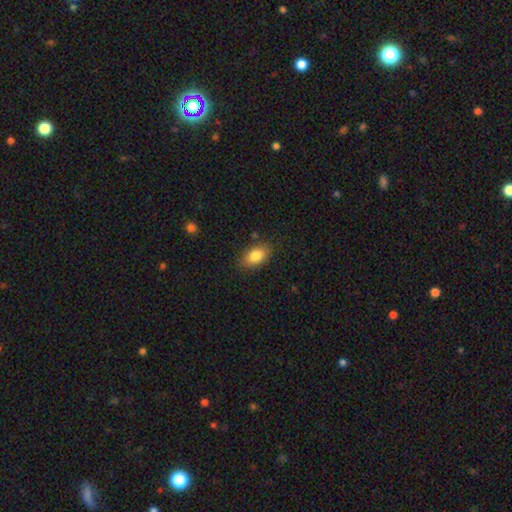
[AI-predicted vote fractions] A smooth galaxy with no disk features (84%) that is in between round and cigar-shaped (90%). Merging: none (83%).